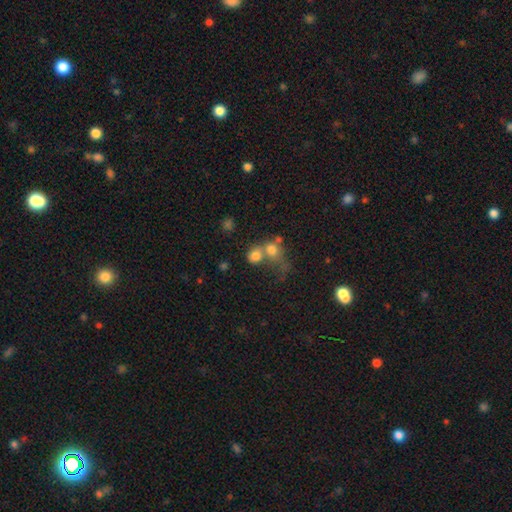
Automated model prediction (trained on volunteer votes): A smooth galaxy with no disk features (75%) that is round (71%). Merging: merger (57%).